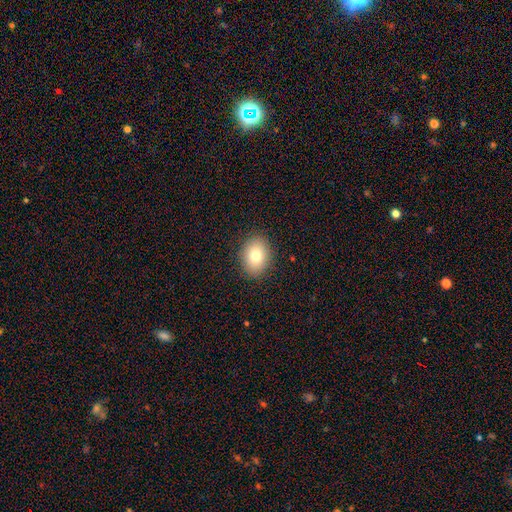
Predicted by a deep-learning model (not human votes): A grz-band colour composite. It shows a smooth galaxy with no disk features (78%) that is in between round and cigar-shaped (63%). Merging: none (89%).